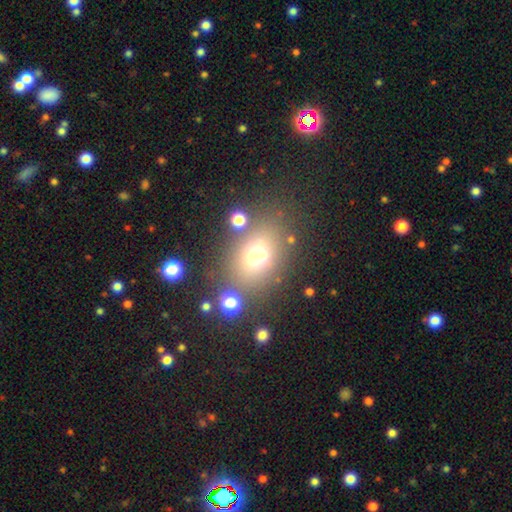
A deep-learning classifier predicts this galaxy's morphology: smooth 65%, star or artifact 19%, featured or disk 16%. Down the decision tree: how rounded — in between (62%); merging — none (69%).